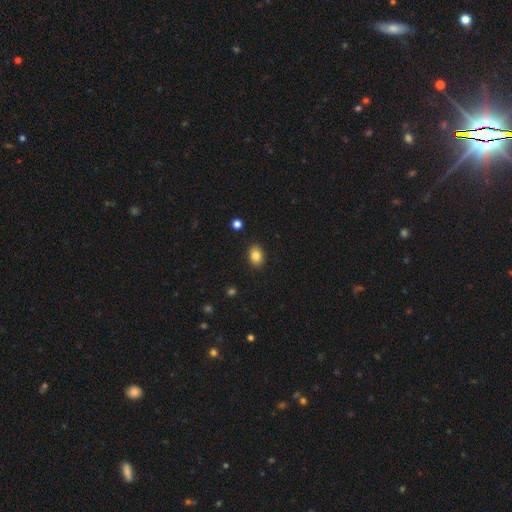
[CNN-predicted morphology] type=smooth (84%); roundness=in between (70%); merging=none (89%).